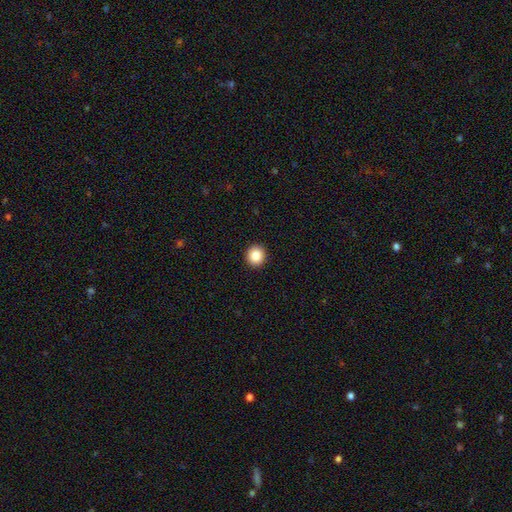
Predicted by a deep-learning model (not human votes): Smooth or featured?
  - smooth: 87% *
  - star or artifact: 9%
  - featured or disk: 4%
How rounded?
  - round: 90% *
  - in between: 9%
  - cigar-shaped: 1%
Merging?
  - none: 93% *
  - minor disturbance: 4%
  - major disturbance: 1%
  - merger: 1%